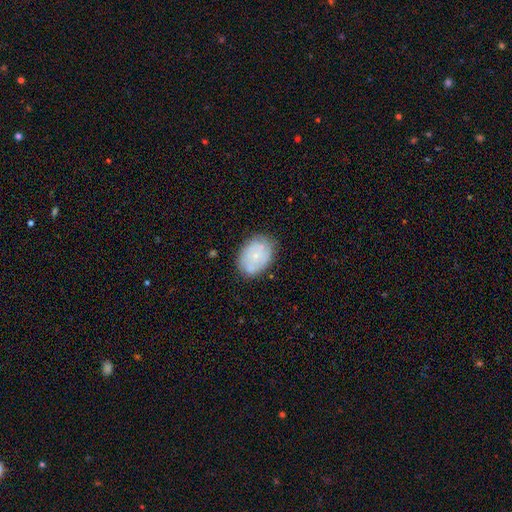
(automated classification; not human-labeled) A smooth galaxy with no disk features (59%) that is in between round and cigar-shaped (76%).

Vote fractions:
- Smooth or featured? smooth: 59% / featured or disk: 33% / star or artifact: 8%
- How rounded? in between: 76% / round: 23% / cigar-shaped: 1%
- Merging? none: 72% / minor disturbance: 20% / major disturbance: 5% / merger: 4%